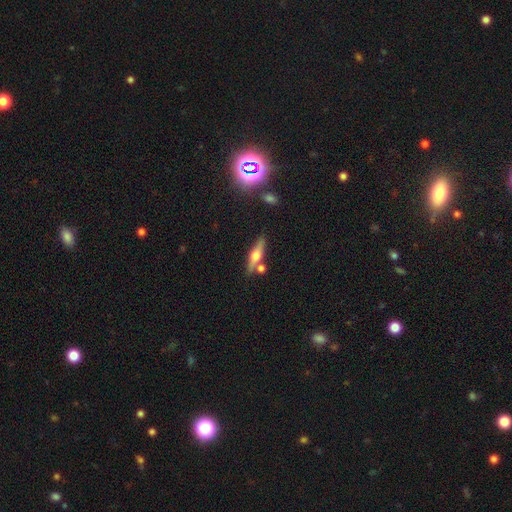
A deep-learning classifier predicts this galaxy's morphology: type=featured or disk (63%); edge-on=yes (94%); edge-on bulge=rounded (94%); merging=none (74%).